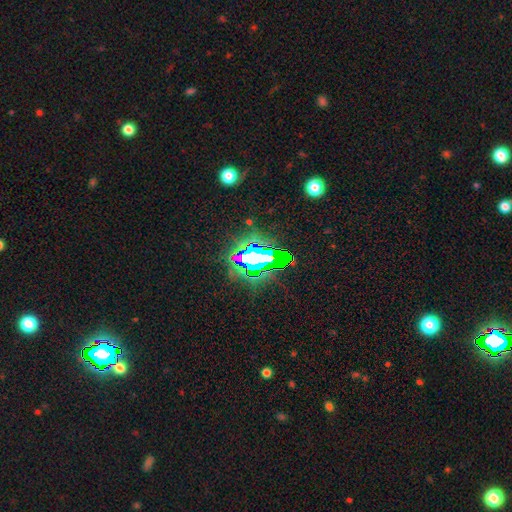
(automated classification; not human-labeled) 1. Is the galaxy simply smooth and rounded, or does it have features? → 67% star or artifact, 17% smooth, 16% featured or disk.